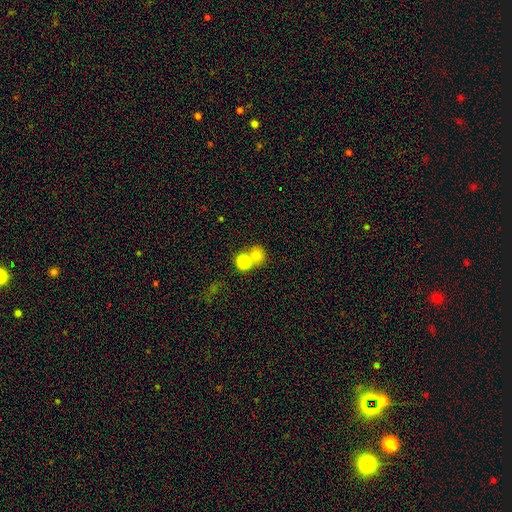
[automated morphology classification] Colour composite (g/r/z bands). It shows a smooth galaxy with no disk features (75%) that is round (80%). Merging: merger (48%).